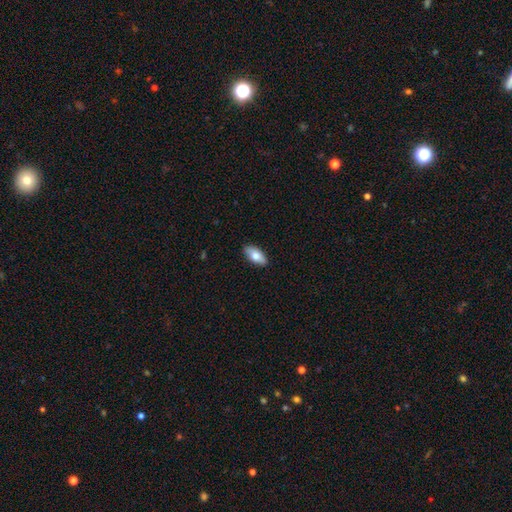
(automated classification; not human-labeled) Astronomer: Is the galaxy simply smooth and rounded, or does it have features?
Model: smooth — 77%.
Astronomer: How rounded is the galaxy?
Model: in between — 86%.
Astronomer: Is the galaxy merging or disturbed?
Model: none — 89%.